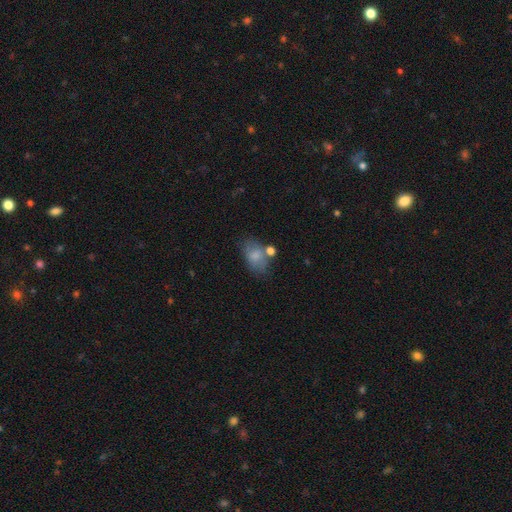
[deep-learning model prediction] Q: Smooth or featured?
A: smooth (75%); runner-up: featured or disk (16%)
Q: How rounded?
A: in between (84%); runner-up: round (14%)
Q: Merging?
A: none (50%); runner-up: minor disturbance (23%)